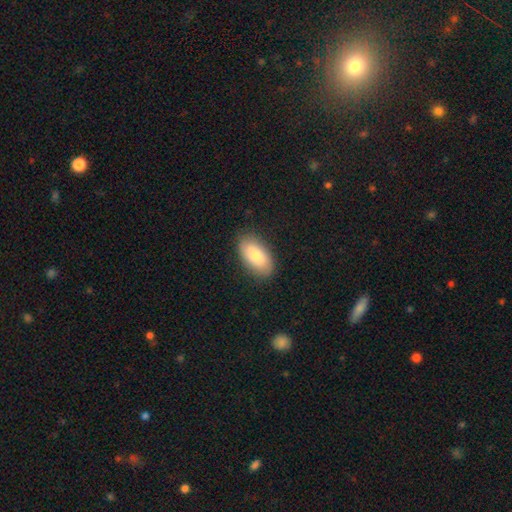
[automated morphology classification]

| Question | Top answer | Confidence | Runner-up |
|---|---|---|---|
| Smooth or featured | smooth | 84% | featured or disk (11%) |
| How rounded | in between | 95% | round (3%) |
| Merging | none | 86% | minor disturbance (11%) |